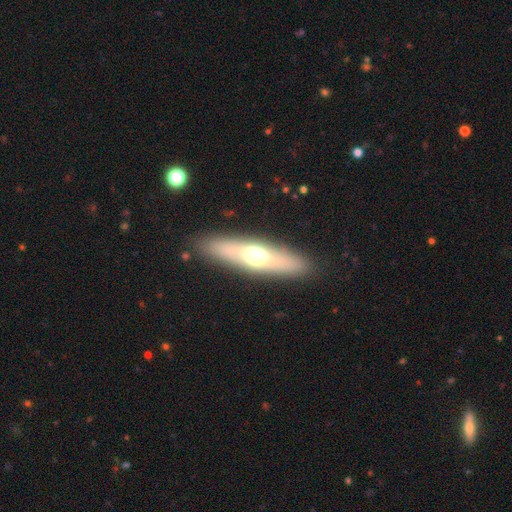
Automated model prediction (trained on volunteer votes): Smooth or featured?
  - smooth: 49% *
  - featured or disk: 43%
  - star or artifact: 8%
Merging?
  - none: 87% *
  - minor disturbance: 8%
  - major disturbance: 3%
  - merger: 1%